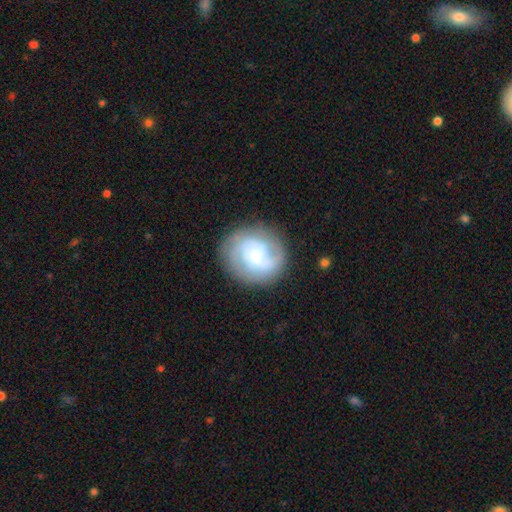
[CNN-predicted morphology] This appears to be a featured or disk galaxy (67%) with no bar (60%), 2 (45%) tight (49%) spiral arms (88%) and a small central bulge (63%). Merging: none (79%).